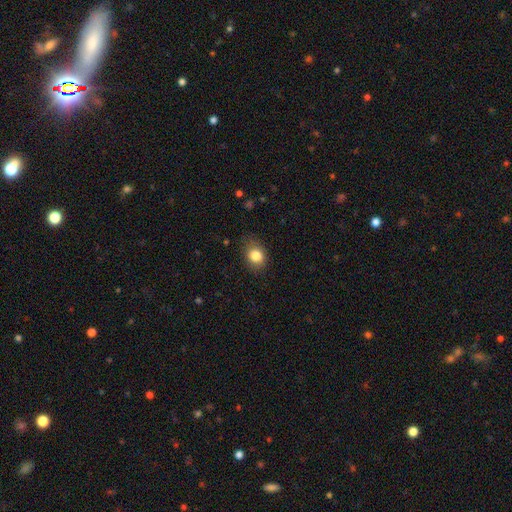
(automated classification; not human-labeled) A smooth galaxy with no disk features (83%) that is in between round and cigar-shaped (52%).

Vote fractions:
- Smooth or featured? smooth: 83% / star or artifact: 10% / featured or disk: 7%
- How rounded? in between: 52% / round: 47% / cigar-shaped: 1%
- Merging? none: 75% / minor disturbance: 19% / major disturbance: 5% / merger: 1%